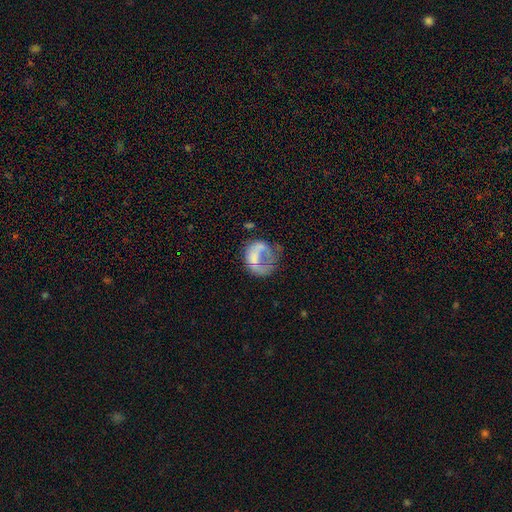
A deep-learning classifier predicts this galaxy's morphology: This appears to be a smooth galaxy with no disk features (46%). Merging: major disturbance (44%).